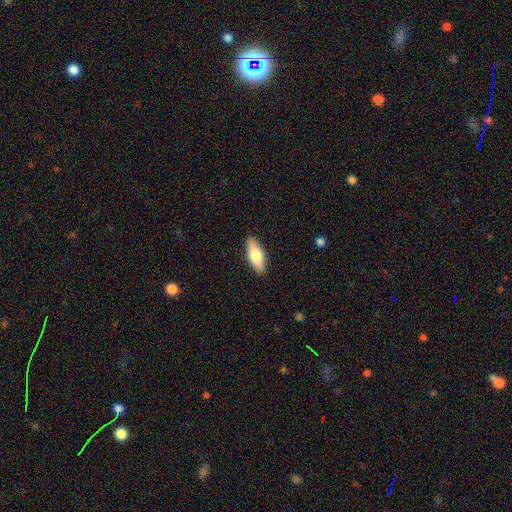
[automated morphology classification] Smooth or featured?
  - smooth: 73% *
  - featured or disk: 21%
  - star or artifact: 6%
How rounded?
  - in between: 73% *
  - cigar-shaped: 25%
  - round: 2%
Merging?
  - none: 89% *
  - minor disturbance: 8%
  - major disturbance: 2%
  - merger: 1%